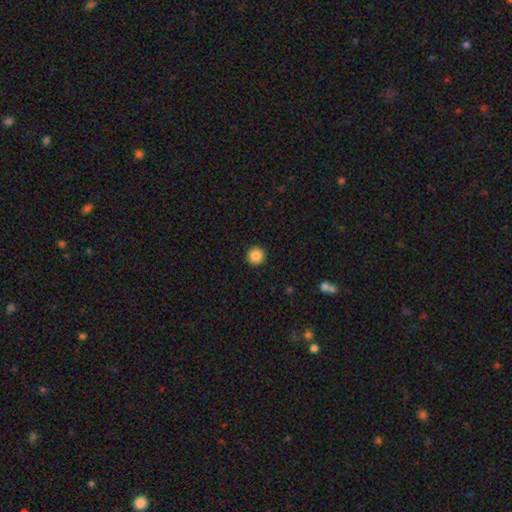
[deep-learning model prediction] Smooth or featured? smooth (87%)
How rounded? round (96%)
Merging? none (93%)